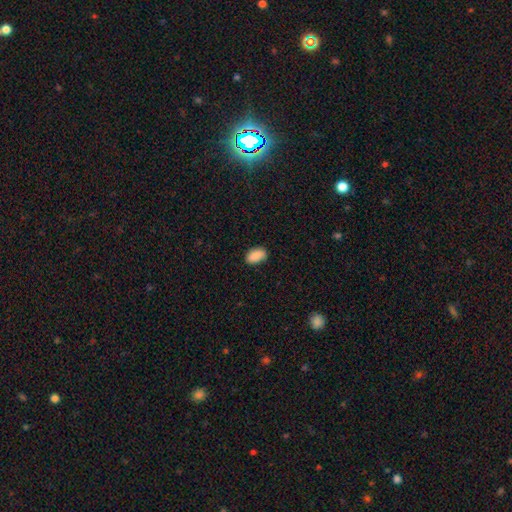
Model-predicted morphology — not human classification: A smooth galaxy with no disk features (88%) that is in between round and cigar-shaped (91%). Merging: none (82%).